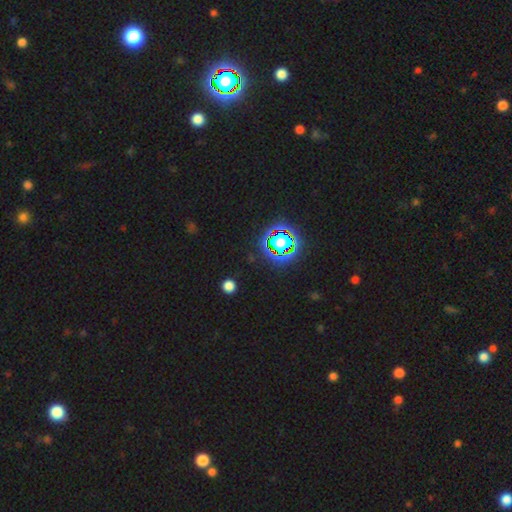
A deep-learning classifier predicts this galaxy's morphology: The model was most divided on "smooth or featured": star or artifact: 80%, smooth: 13%, featured or disk: 7%.